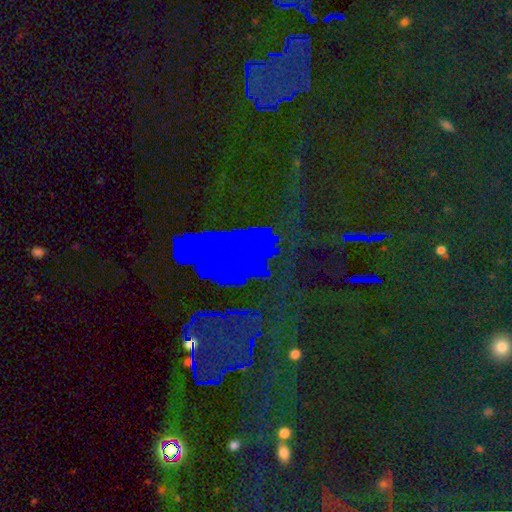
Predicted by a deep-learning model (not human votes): smooth_or_featured: star or artifact (p=0.71) [alt: smooth p=0.15]